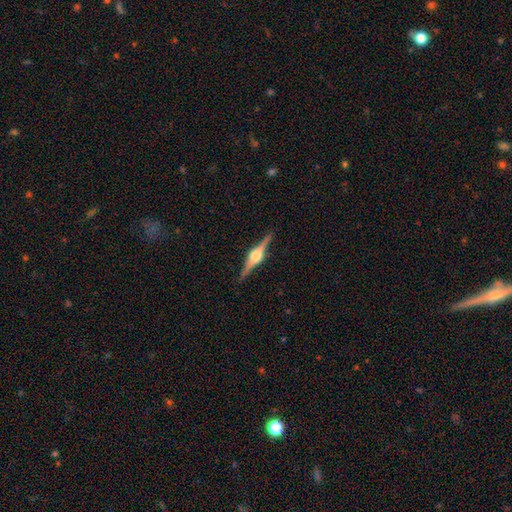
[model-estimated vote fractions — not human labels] A featured or disk galaxy (86%) viewed edge-on (98%) with a rounded central bulge (93%). Merging: none (90%).